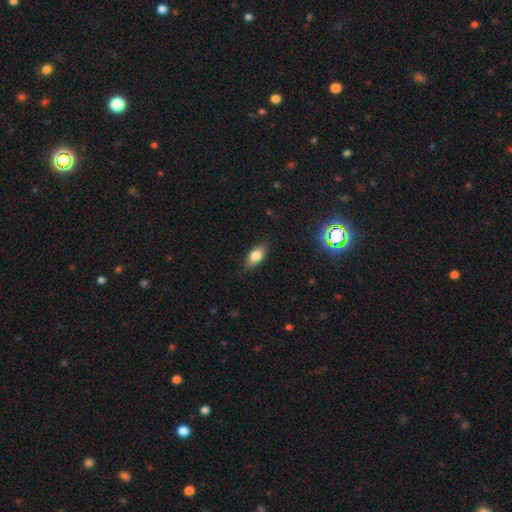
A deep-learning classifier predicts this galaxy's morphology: Smooth or featured: smooth — 81% (featured or disk — 10%)
How rounded: in between — 89% (cigar-shaped — 6%)
Merging: none — 86% (minor disturbance — 10%)